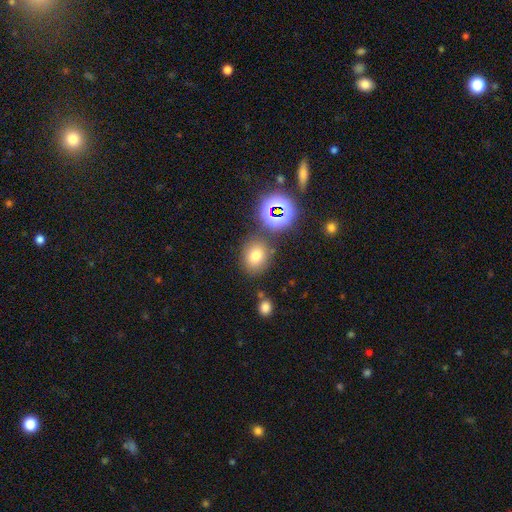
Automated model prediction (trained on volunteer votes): smooth-or-featured: smooth: 71% | star or artifact: 18% | featured or disk: 10%
  how-rounded: round: 57% | in between: 42% | cigar-shaped: 1%
  merging: none: 75% | minor disturbance: 12% | merger: 9% | major disturbance: 4%